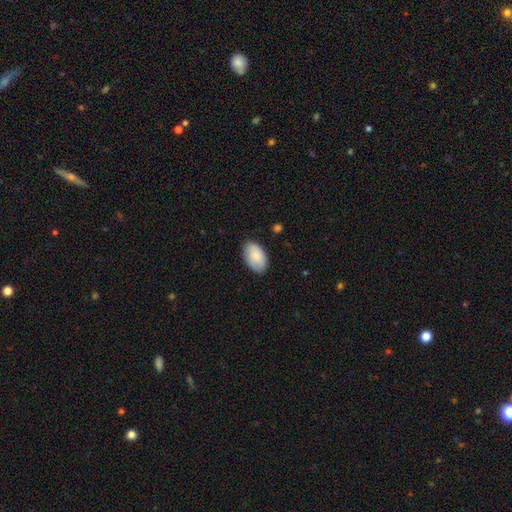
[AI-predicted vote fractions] A smooth galaxy with no disk features (82%) that is in between round and cigar-shaped (94%).

Vote fractions:
- Smooth or featured? smooth: 82% / featured or disk: 12% / star or artifact: 6%
- How rounded? in between: 94% / round: 5% / cigar-shaped: 1%
- Merging? none: 82% / minor disturbance: 14% / major disturbance: 3% / merger: 1%